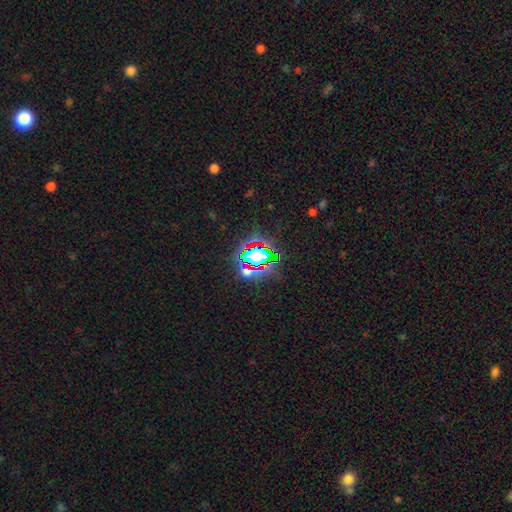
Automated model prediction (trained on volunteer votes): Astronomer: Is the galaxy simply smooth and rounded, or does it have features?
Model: star or artifact — 66%.